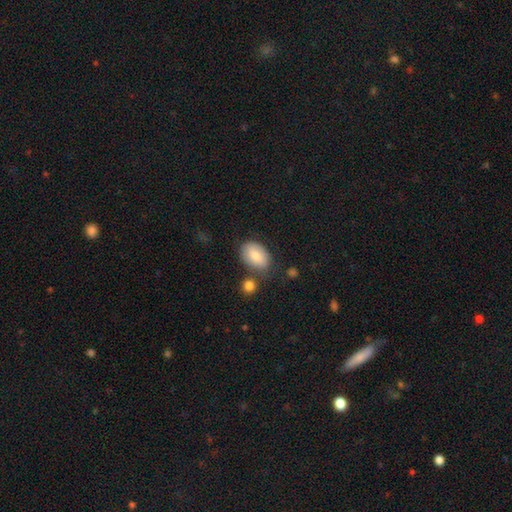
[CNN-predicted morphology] type=smooth (79%); roundness=in between (88%); merging=none (64%).